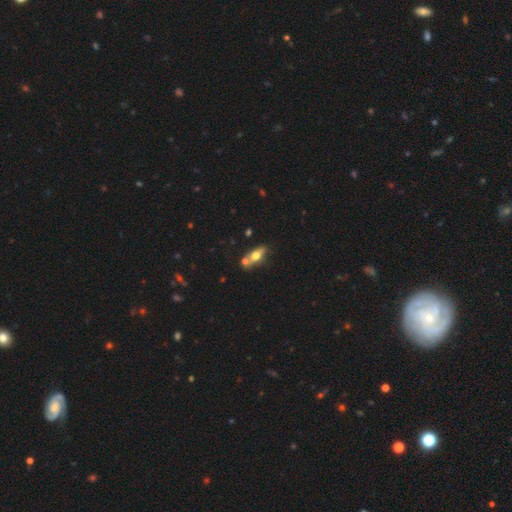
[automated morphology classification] The model was most divided on "smooth or featured": smooth: 56%, featured or disk: 35%, star or artifact: 8%. More confident: how rounded — in between (70%); merging — none (52%).